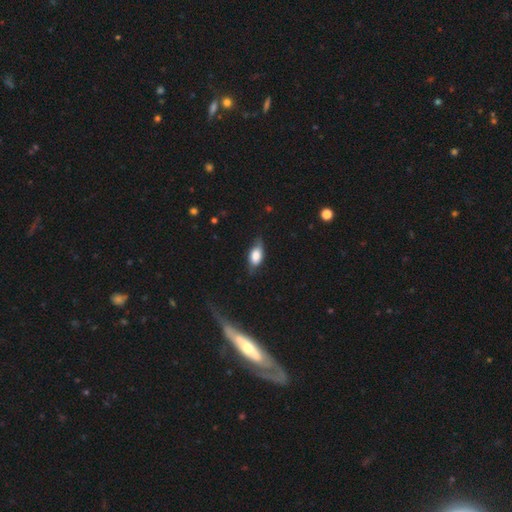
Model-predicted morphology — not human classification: This is likely a smooth galaxy (67%). How rounded: clearly in between (85%). Merging: likely none (66%).